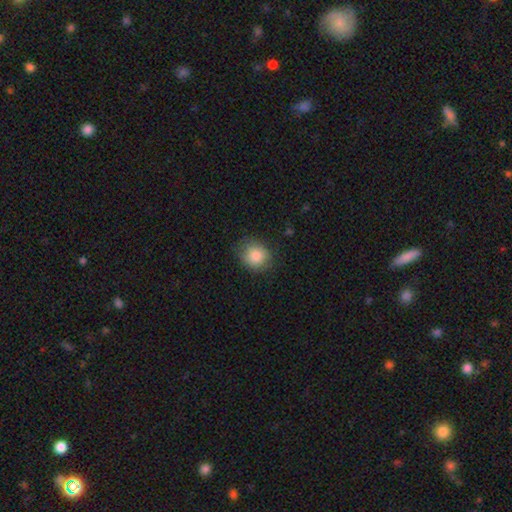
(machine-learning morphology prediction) Q: Smooth or featured?
A: smooth (84%); runner-up: star or artifact (8%)
Q: How rounded?
A: round (71%); runner-up: in between (28%)
Q: Merging?
A: none (78%); runner-up: minor disturbance (17%)